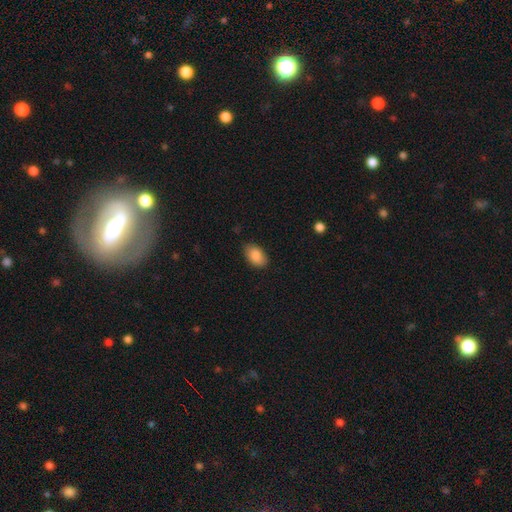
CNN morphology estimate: Smooth or featured?
  - smooth: 87% *
  - star or artifact: 7%
  - featured or disk: 6%
How rounded?
  - in between: 91% *
  - round: 8%
  - cigar-shaped: 1%
Merging?
  - none: 84% *
  - minor disturbance: 13%
  - major disturbance: 3%
  - merger: 1%